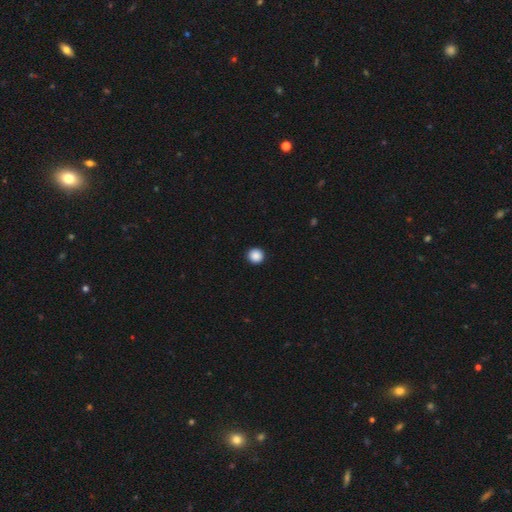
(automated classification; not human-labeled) smooth_or_featured: smooth (p=0.89) [alt: star or artifact p=0.09]
how_rounded: round (p=0.95) [alt: in between p=0.04]
merging: none (p=0.93) [alt: minor disturbance p=0.04]